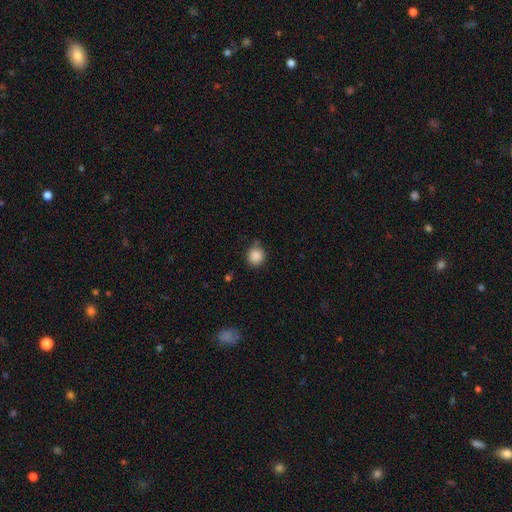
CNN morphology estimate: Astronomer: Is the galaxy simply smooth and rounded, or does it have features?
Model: smooth — 87%.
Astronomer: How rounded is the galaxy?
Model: round — 90%.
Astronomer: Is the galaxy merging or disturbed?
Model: none — 77%.